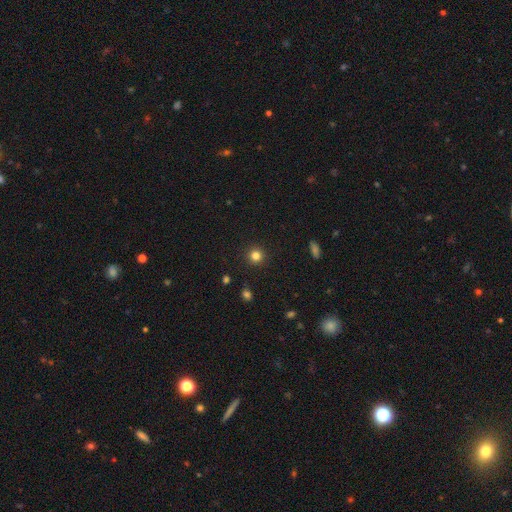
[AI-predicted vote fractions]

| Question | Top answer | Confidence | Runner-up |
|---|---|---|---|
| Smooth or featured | smooth | 82% | star or artifact (13%) |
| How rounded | round | 95% | in between (4%) |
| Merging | none | 92% | minor disturbance (5%) |